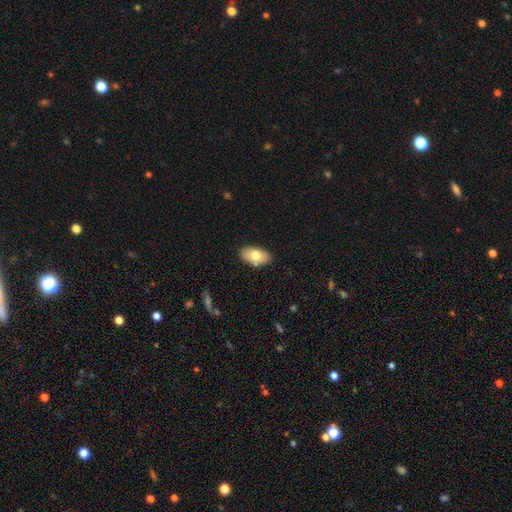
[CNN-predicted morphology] Smooth or featured: smooth — 75% (featured or disk — 18%)
How rounded: in between — 94% (round — 4%)
Merging: none — 84% (minor disturbance — 11%)